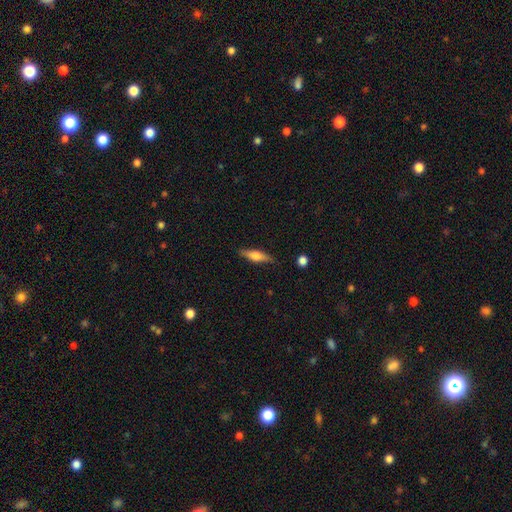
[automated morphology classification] type=featured or disk (47%); merging=none (84%).